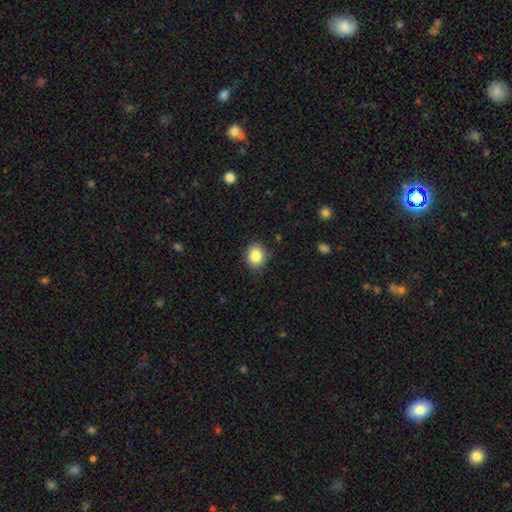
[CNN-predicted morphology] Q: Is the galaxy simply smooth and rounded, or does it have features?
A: smooth — 86%.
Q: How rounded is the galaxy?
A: round — 63%.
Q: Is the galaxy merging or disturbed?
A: none — 88%.